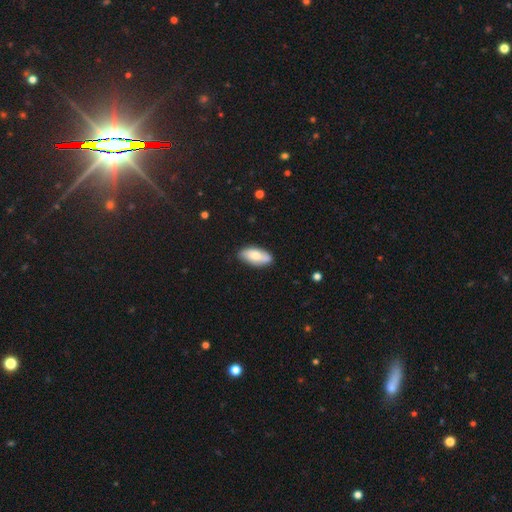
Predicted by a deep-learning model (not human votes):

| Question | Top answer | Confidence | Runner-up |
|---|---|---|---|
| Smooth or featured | smooth | 70% | featured or disk (24%) |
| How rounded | in between | 89% | cigar-shaped (9%) |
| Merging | none | 82% | minor disturbance (14%) |